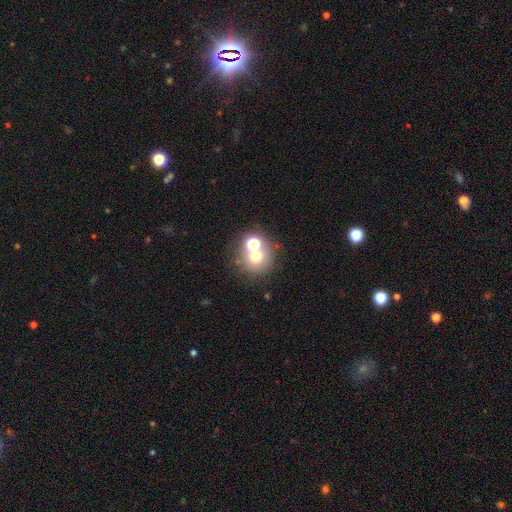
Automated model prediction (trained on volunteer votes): This appears to be a smooth galaxy with no disk features (63%) that is round (86%). Merging: none (55%).